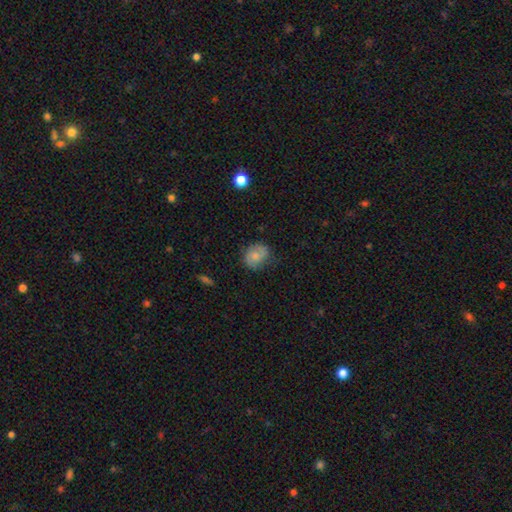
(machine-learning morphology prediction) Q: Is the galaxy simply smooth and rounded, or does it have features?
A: smooth — 59%.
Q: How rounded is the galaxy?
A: round — 54%.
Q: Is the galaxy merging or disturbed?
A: none — 65%.